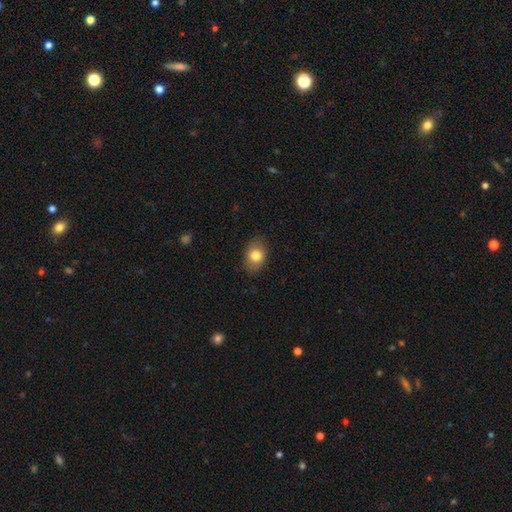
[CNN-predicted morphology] This is likely a smooth galaxy (79%). How rounded: likely in between (75%). Merging: clearly none (84%).